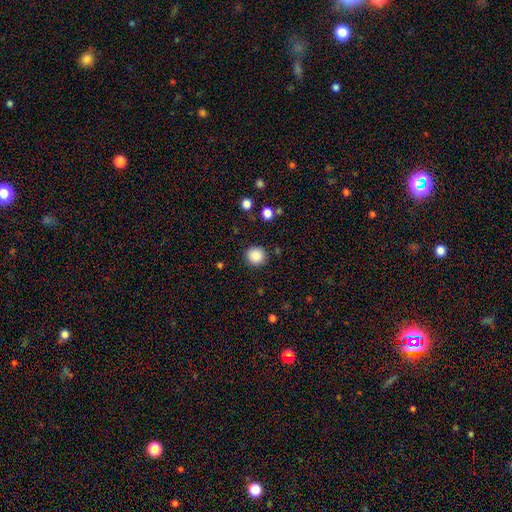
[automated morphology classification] The model was most divided on "smooth or featured": smooth: 88%, star or artifact: 9%, featured or disk: 3%. More confident: how rounded — round (93%); merging — none (89%).